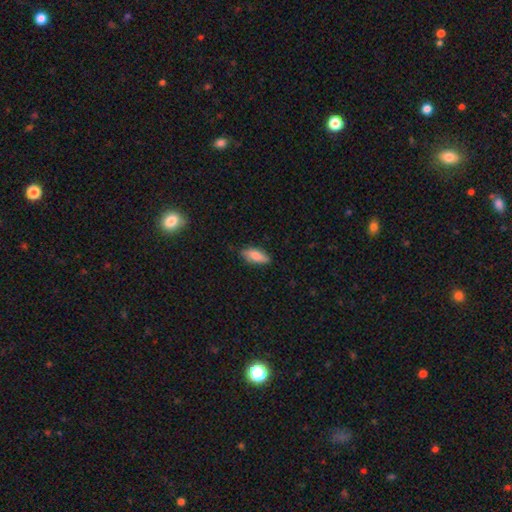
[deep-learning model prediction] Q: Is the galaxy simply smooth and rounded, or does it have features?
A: smooth — 80%.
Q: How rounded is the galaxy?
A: in between — 78%.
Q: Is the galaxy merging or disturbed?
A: none — 77%.